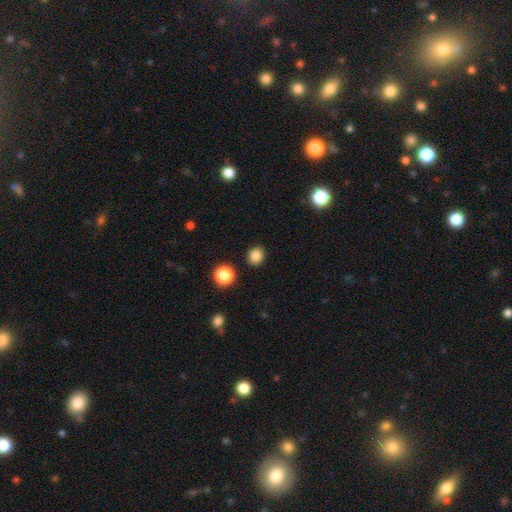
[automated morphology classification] smooth_or_featured: smooth (p=0.85) [alt: star or artifact p=0.12]
how_rounded: round (p=0.75) [alt: in between p=0.24]
merging: none (p=0.89) [alt: minor disturbance p=0.07]